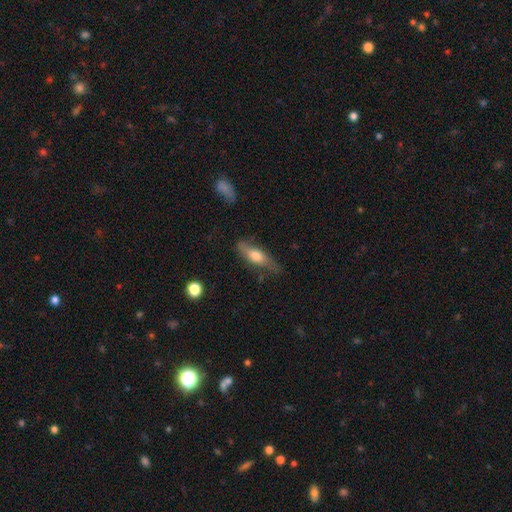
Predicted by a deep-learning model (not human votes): The model was most divided on "how rounded": in between: 51%, cigar-shaped: 46%, round: 3%. More confident: merging — none (64%); smooth or featured — smooth (57%).